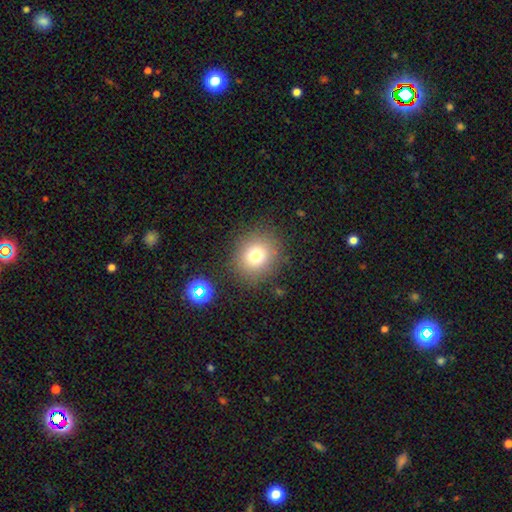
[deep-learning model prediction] This appears to be a smooth galaxy with no disk features (74%) that is round (83%). Merging: none (85%).